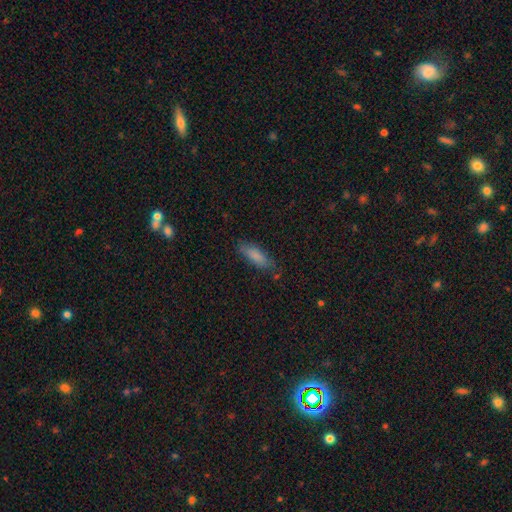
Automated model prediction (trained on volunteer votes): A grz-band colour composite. It shows a smooth galaxy with no disk features (82%) that is in between round and cigar-shaped (51%). Merging: none (77%).